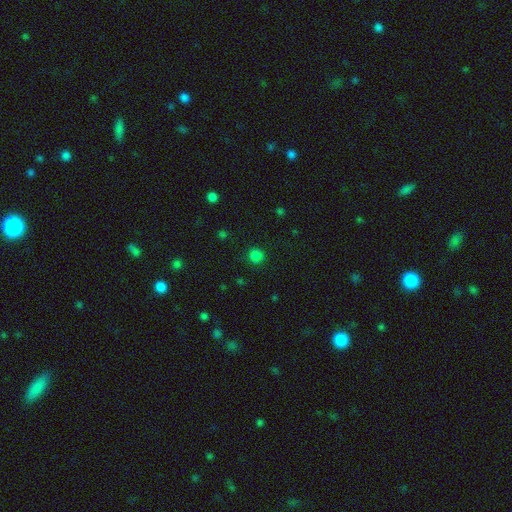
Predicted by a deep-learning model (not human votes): Smooth or featured?
  - smooth: 81% *
  - star or artifact: 16%
  - featured or disk: 3%
How rounded?
  - round: 92% *
  - in between: 7%
  - cigar-shaped: 1%
Merging?
  - none: 89% *
  - minor disturbance: 7%
  - major disturbance: 3%
  - merger: 1%